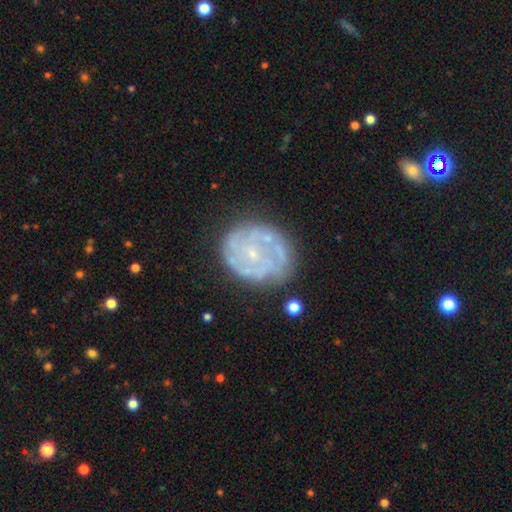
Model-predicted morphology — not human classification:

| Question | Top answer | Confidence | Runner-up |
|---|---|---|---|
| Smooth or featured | featured or disk | 74% | smooth (18%) |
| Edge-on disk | no | 98% | yes (2%) |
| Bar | no | 76% | weak (20%) |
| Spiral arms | yes | 77% | no (23%) |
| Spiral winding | tight | 62% | medium (28%) |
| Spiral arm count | can't tell | 42% | 2 (22%) |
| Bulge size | small | 78% | moderate (14%) |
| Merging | none | 71% | minor disturbance (19%) |